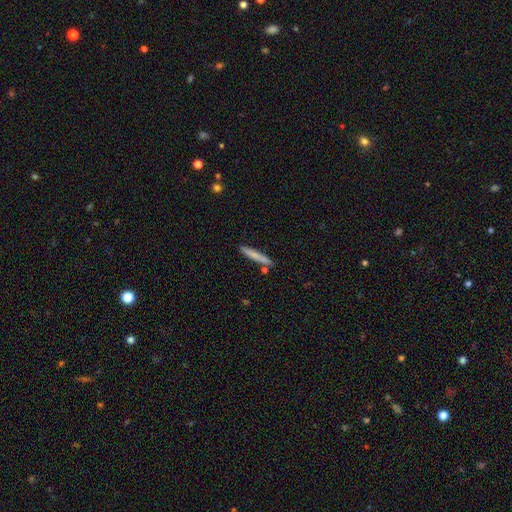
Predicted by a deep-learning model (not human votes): Smooth or featured?
  - smooth: 73% *
  - featured or disk: 21%
  - star or artifact: 6%
How rounded?
  - cigar-shaped: 95% *
  - in between: 4%
  - round: 1%
Merging?
  - none: 85% *
  - minor disturbance: 9%
  - merger: 5%
  - major disturbance: 2%